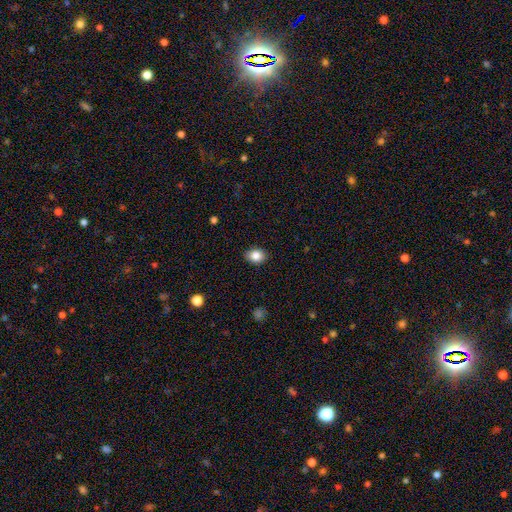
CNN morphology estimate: A smooth galaxy with no disk features (85%) that is in between round and cigar-shaped (62%). Merging: none (88%).